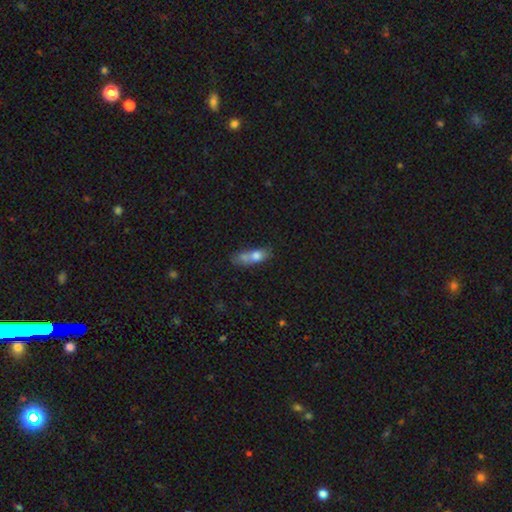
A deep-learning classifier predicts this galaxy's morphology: Q: Smooth or featured?
A: smooth (69%); runner-up: featured or disk (22%)
Q: How rounded?
A: in between (64%); runner-up: cigar-shaped (25%)
Q: Merging?
A: merger (41%); runner-up: none (29%)